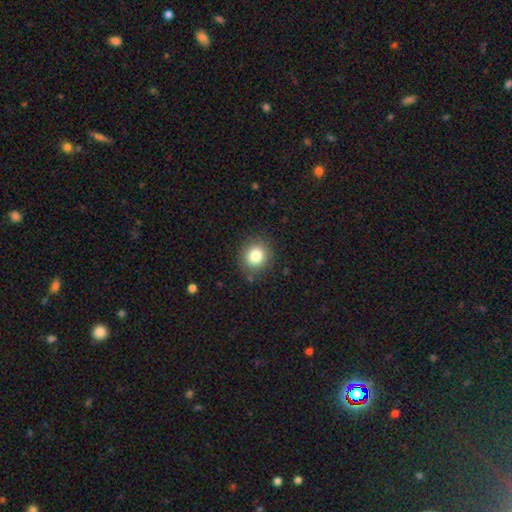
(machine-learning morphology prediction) This is clearly a smooth galaxy (81%). How rounded: clearly round (88%). Merging: clearly none (87%).